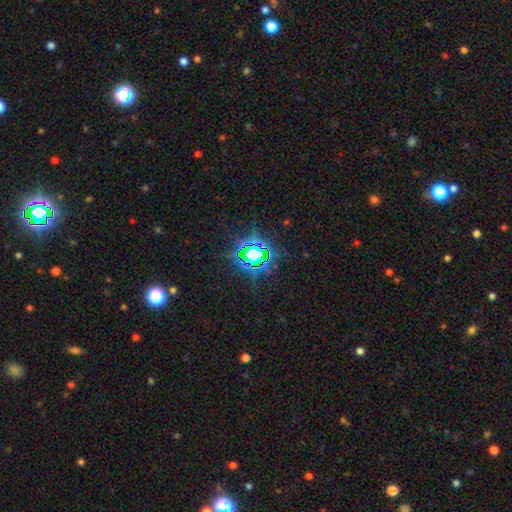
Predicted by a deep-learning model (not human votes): Smooth or featured?
  - star or artifact: 77% *
  - smooth: 13%
  - featured or disk: 10%